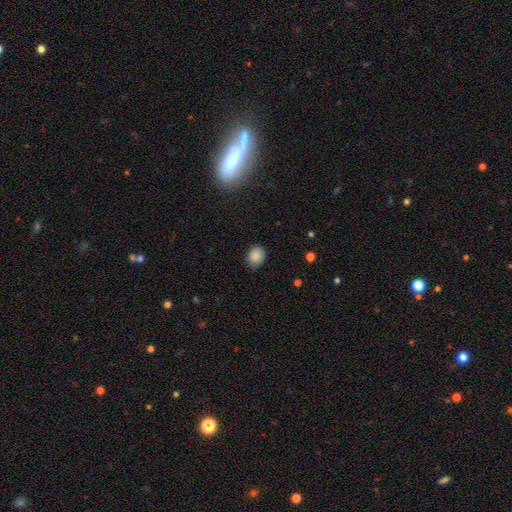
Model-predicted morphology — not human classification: smooth_or_featured: smooth (p=0.87) [alt: star or artifact p=0.09]
how_rounded: round (p=0.53) [alt: in between p=0.47]
merging: none (p=0.76) [alt: minor disturbance p=0.19]